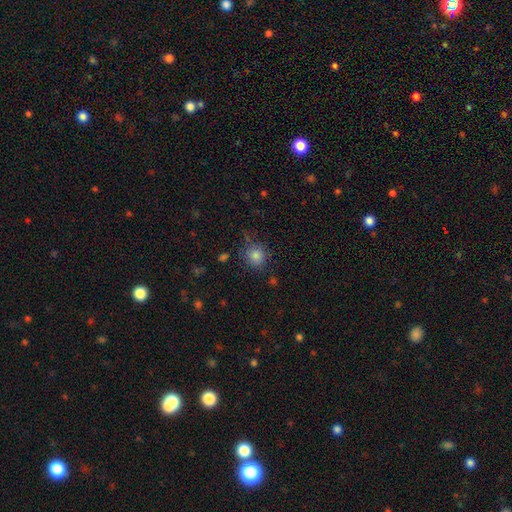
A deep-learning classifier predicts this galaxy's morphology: Smooth or featured? Predicted: smooth (p=0.81). How rounded? Predicted: round (p=0.87). Merging? Predicted: none (p=0.77).